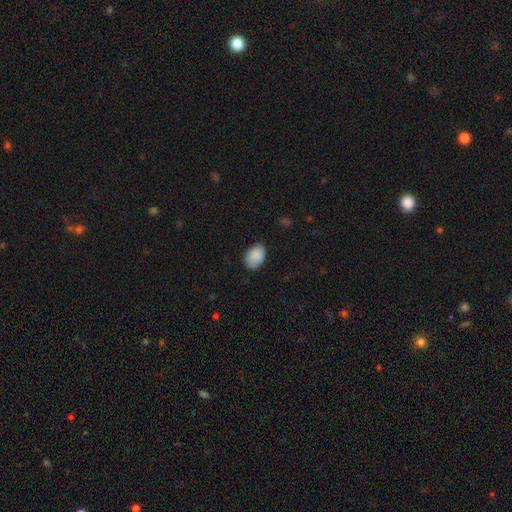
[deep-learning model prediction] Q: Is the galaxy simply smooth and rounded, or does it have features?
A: smooth — 87%.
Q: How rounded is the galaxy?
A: in between — 84%.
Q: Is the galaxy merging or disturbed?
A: none — 78%.